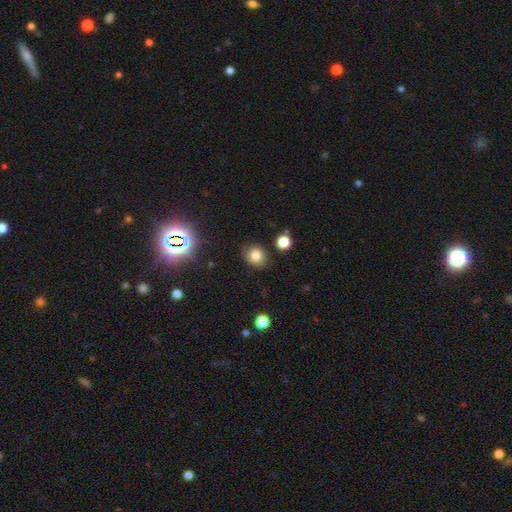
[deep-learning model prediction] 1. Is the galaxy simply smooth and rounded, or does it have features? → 78% smooth, 14% star or artifact, 7% featured or disk.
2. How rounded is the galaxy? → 74% round, 25% in between, 1% cigar-shaped.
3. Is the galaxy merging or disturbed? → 85% none, 9% minor disturbance, 3% merger, 3% major disturbance.